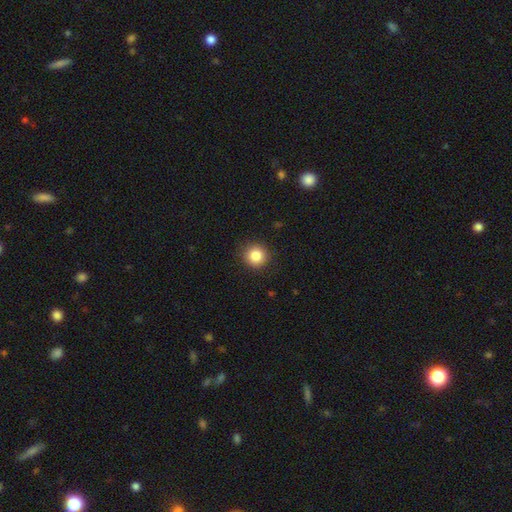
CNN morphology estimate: This appears to be a smooth galaxy with no disk features (85%) that is round (93%). Merging: none (91%).